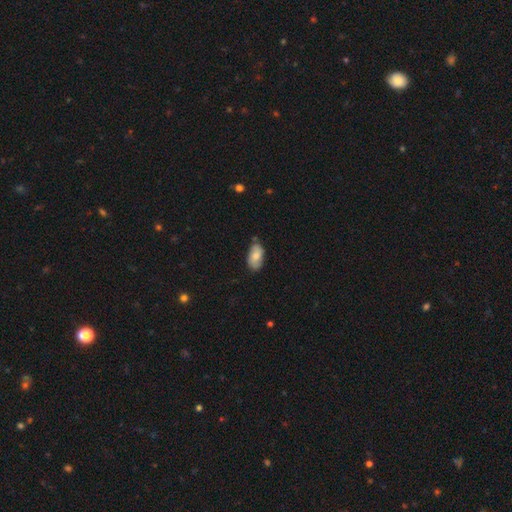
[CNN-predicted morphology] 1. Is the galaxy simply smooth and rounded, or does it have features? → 77% smooth, 16% featured or disk, 7% star or artifact.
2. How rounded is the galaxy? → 94% in between, 3% round, 3% cigar-shaped.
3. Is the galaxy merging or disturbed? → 65% none, 27% minor disturbance, 4% major disturbance, 4% merger.